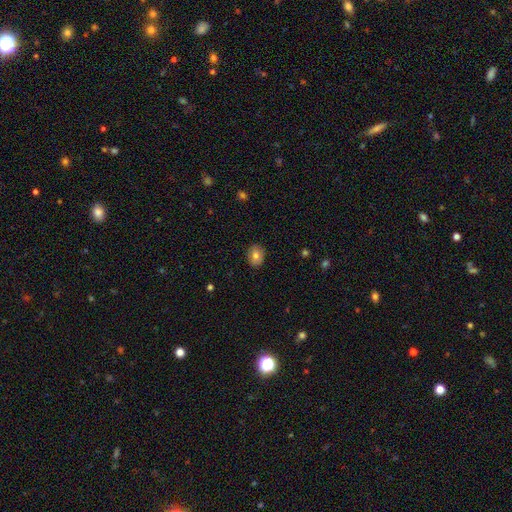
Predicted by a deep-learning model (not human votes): Overall: smooth (76%). How rounded: in between (59%; round 40%). Merging: none (87%).